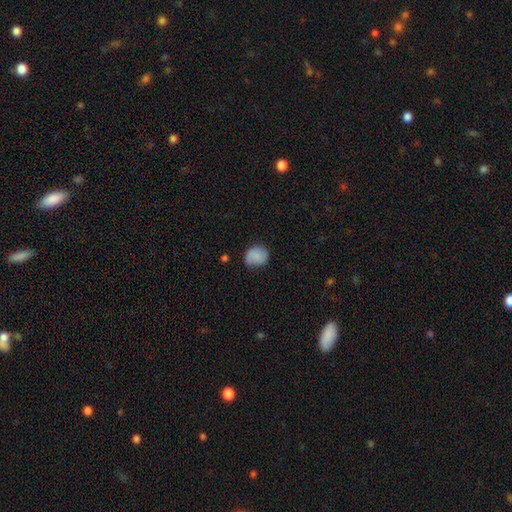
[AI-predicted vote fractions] Smooth or featured? Predicted: smooth (p=0.78). How rounded? Predicted: round (p=0.62). Merging? Predicted: none (p=0.68).